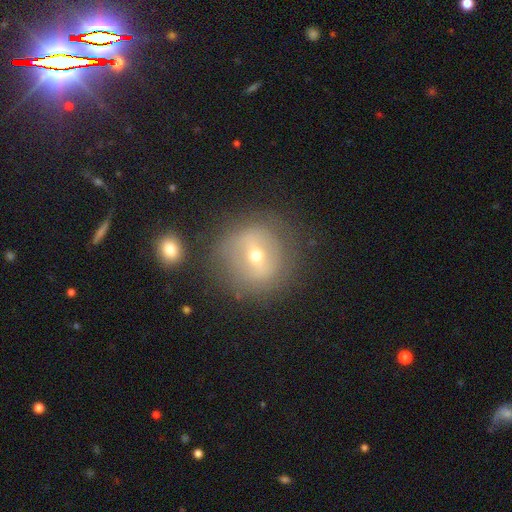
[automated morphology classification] Smooth or featured? Predicted: featured or disk (p=0.46). Merging? Predicted: none (p=0.77).